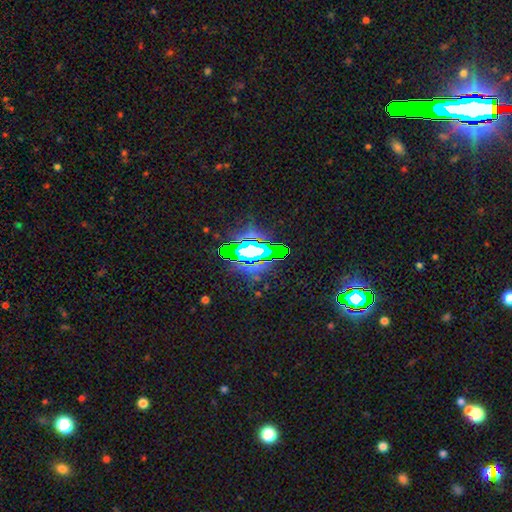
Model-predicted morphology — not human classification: Overall: star or artifact (64%).